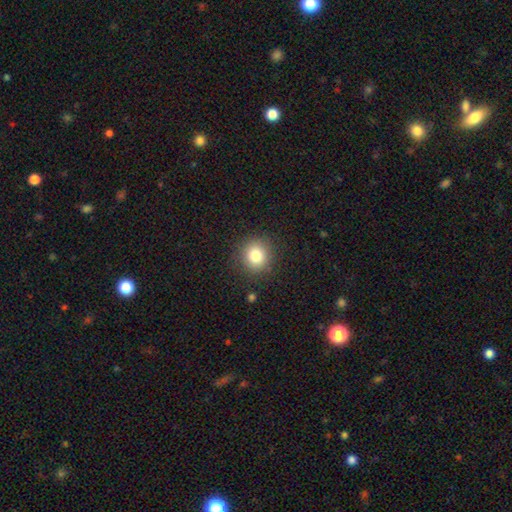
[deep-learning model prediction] This is clearly a smooth galaxy (81%). How rounded: clearly round (86%). Merging: clearly none (88%).